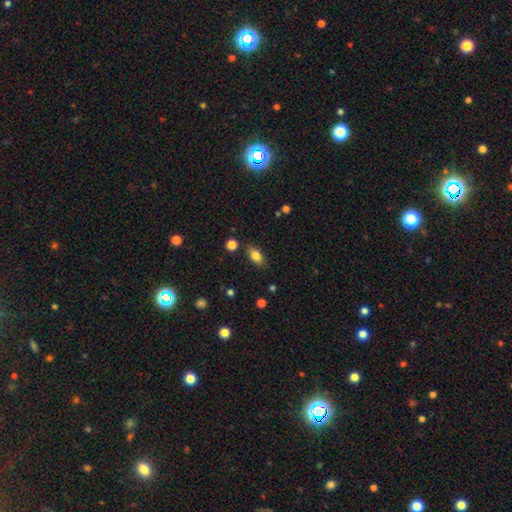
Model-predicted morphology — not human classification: type=smooth (81%); roundness=in between (84%); merging=none (80%).